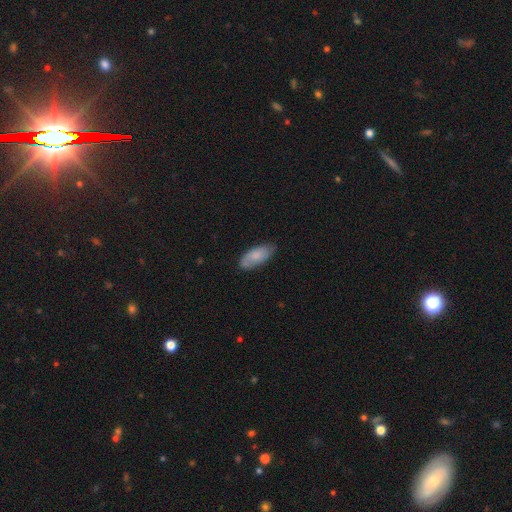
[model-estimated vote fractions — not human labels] smooth-or-featured: smooth: 75% | featured or disk: 19% | star or artifact: 6%
  how-rounded: in between: 88% | cigar-shaped: 10% | round: 2%
  merging: none: 73% | minor disturbance: 22% | major disturbance: 4% | merger: 1%